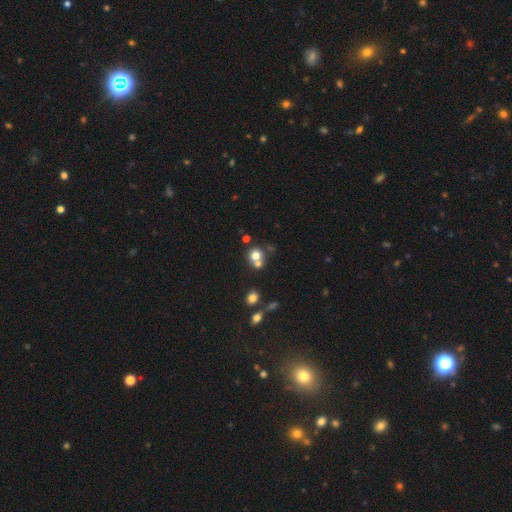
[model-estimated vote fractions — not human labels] Morphology: type=smooth (70%); roundness=round (85%); merging=none (46%).